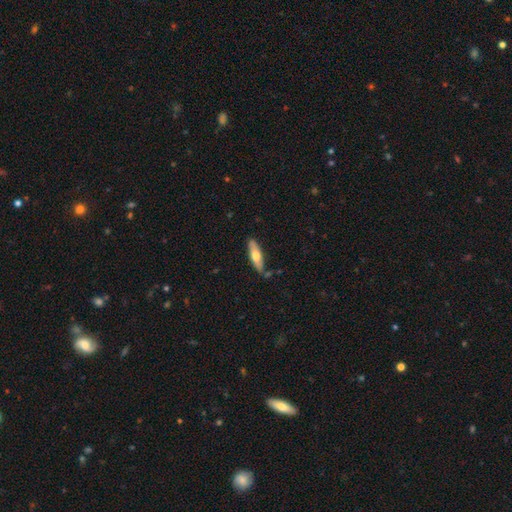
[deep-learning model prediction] A smooth galaxy with no disk features (59%) that is cigar-shaped (58%). Merging: none (78%).